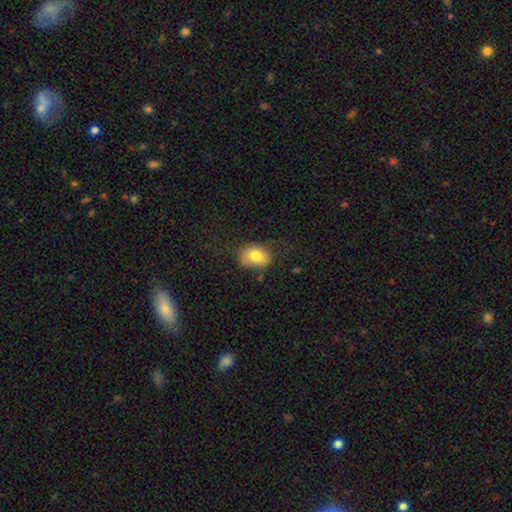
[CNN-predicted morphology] The model was most divided on "how rounded": in between: 67%, round: 32%, cigar-shaped: 1%. More confident: smooth or featured — smooth (78%); merging — none (67%).